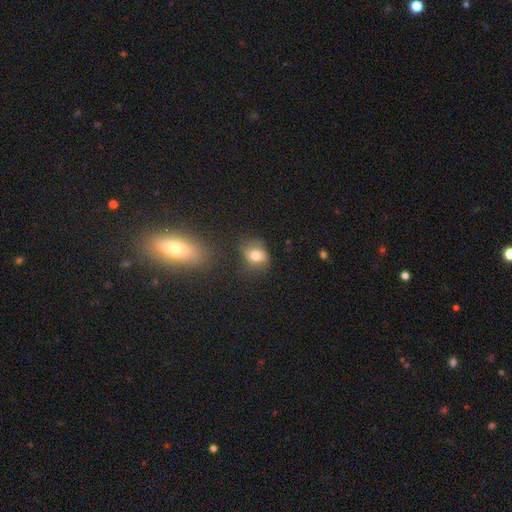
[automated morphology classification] Smooth or featured? smooth (73%)
How rounded? in between (52%)
Merging? none (62%)